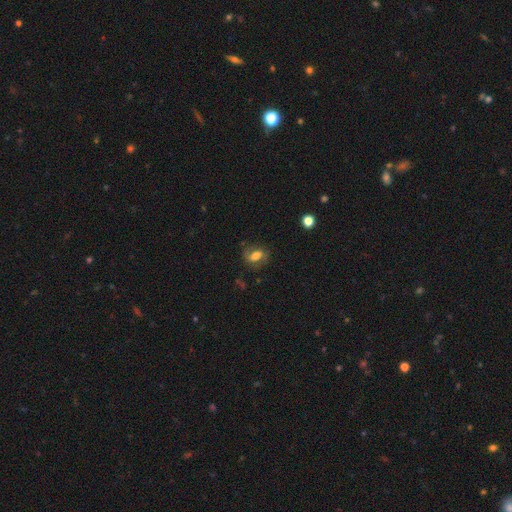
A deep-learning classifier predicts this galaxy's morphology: type=smooth (53%); roundness=in between (73%); merging=none (67%).